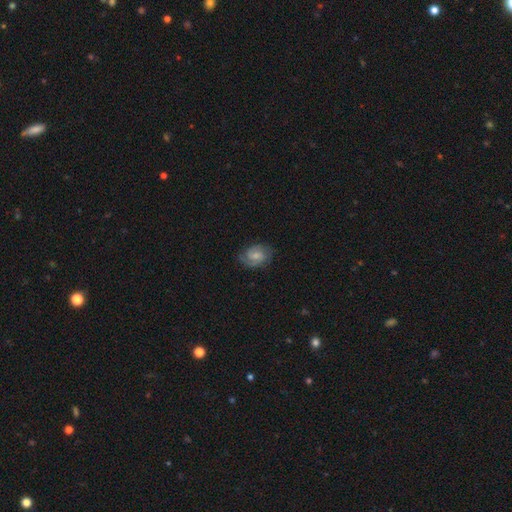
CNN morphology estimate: A featured or disk galaxy (62%) with no bar (50%), 2 (65%) medium (42%, tied with tight) spiral arms (91%) and a small central bulge (47%). Merging: none (72%).